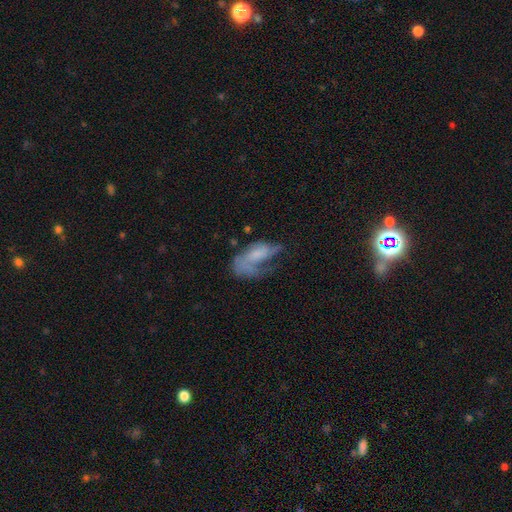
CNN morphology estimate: Smooth or featured: featured or disk — 54% (smooth — 36%)
Edge-on disk: no — 94% (yes — 6%)
Bar: no — 72% (weak — 22%)
Spiral arms: yes — 65% (no — 35%)
Bulge size: none — 43% (small — 26%)
Merging: major disturbance — 48% (none — 27%)